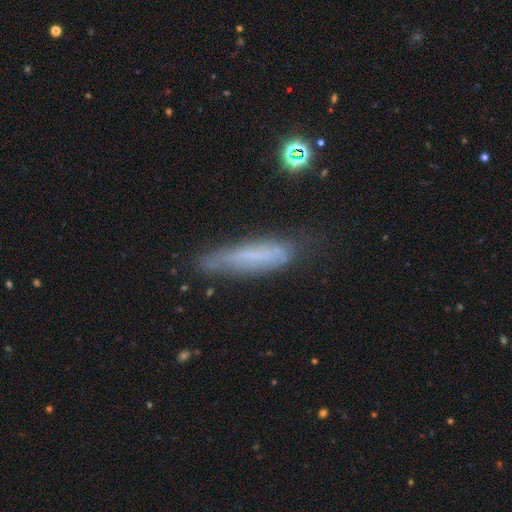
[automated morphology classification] Q: Smooth or featured?
A: smooth (55%); runner-up: featured or disk (34%)
Q: How rounded?
A: cigar-shaped (81%); runner-up: in between (17%)
Q: Merging?
A: none (64%); runner-up: minor disturbance (25%)